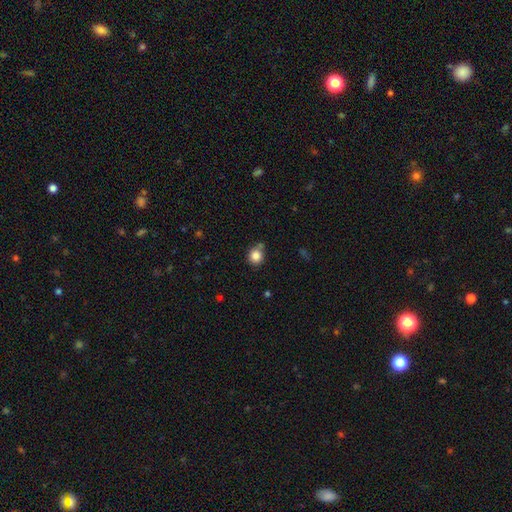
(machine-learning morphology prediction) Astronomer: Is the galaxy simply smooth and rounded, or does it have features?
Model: smooth — 84%.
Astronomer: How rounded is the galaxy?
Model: round — 85%.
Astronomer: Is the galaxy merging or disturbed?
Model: none — 69%.